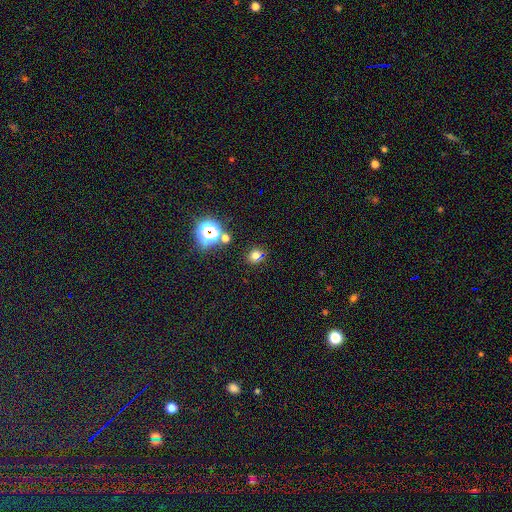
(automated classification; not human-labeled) Q: Smooth or featured?
A: smooth (67%); runner-up: star or artifact (25%)
Q: How rounded?
A: round (80%); runner-up: in between (19%)
Q: Merging?
A: none (75%); runner-up: merger (13%)